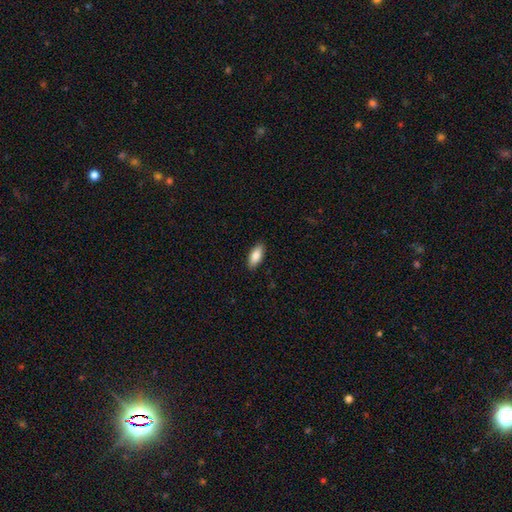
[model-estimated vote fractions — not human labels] Smooth or featured? Predicted: smooth (p=0.85). How rounded? Predicted: in between (p=0.84). Merging? Predicted: none (p=0.89).